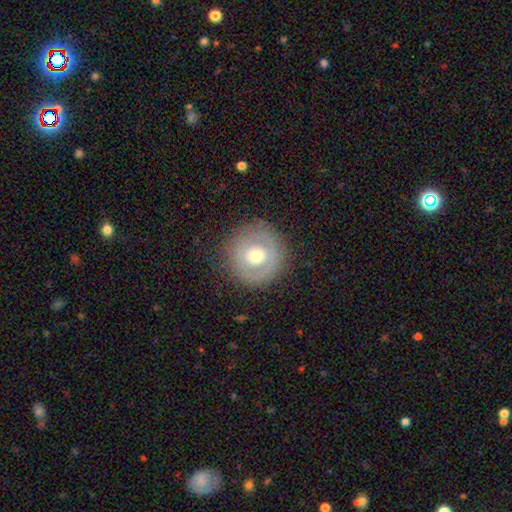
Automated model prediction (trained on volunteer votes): This is possibly a smooth galaxy (47%). Merging: clearly none (83%).